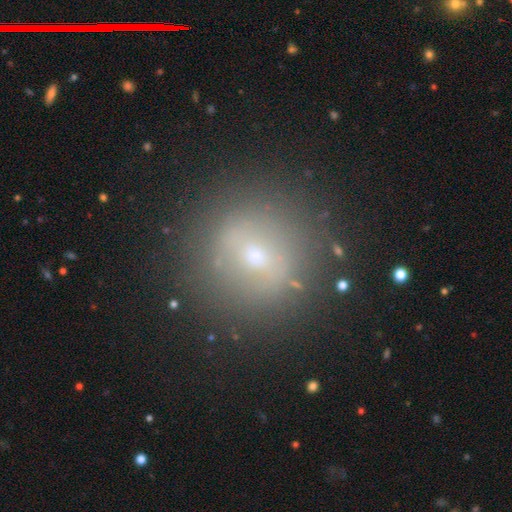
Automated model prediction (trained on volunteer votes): Smooth or featured? Predicted: smooth (p=0.48). Merging? Predicted: none (p=0.86).